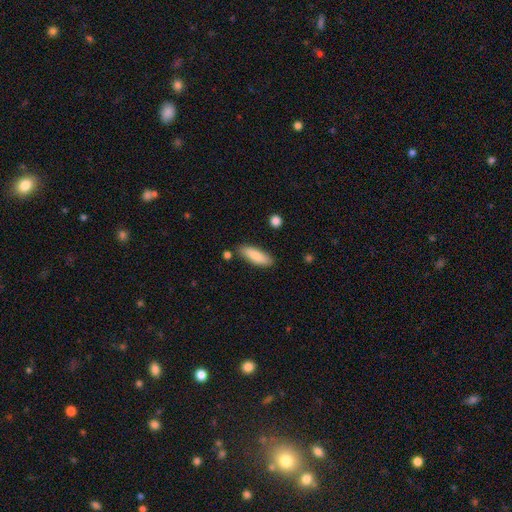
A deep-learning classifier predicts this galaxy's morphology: This is clearly a smooth galaxy (85%). How rounded: possibly in between (55%). Merging: clearly none (83%).